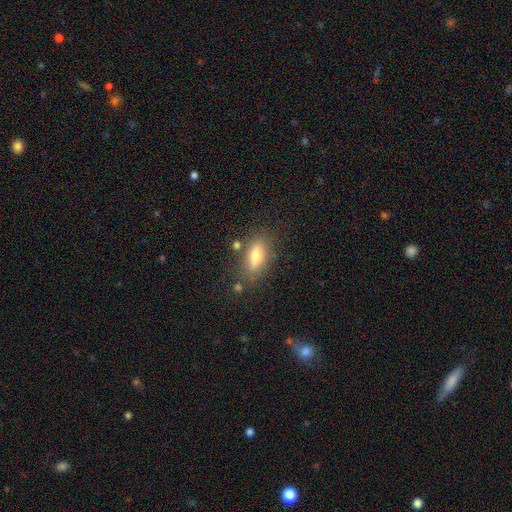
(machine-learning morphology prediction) smooth 66%, featured or disk 25%, star or artifact 9%. Down the decision tree: how rounded — in between (70%); merging — none (78%).